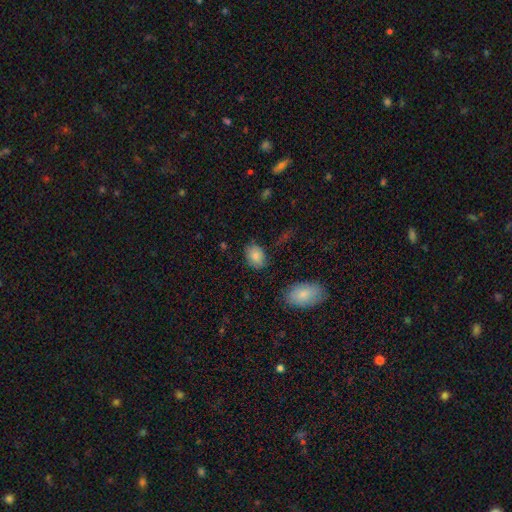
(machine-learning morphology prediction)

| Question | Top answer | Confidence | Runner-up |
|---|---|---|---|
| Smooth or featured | smooth | 85% | star or artifact (8%) |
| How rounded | in between | 75% | round (24%) |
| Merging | none | 80% | minor disturbance (14%) |